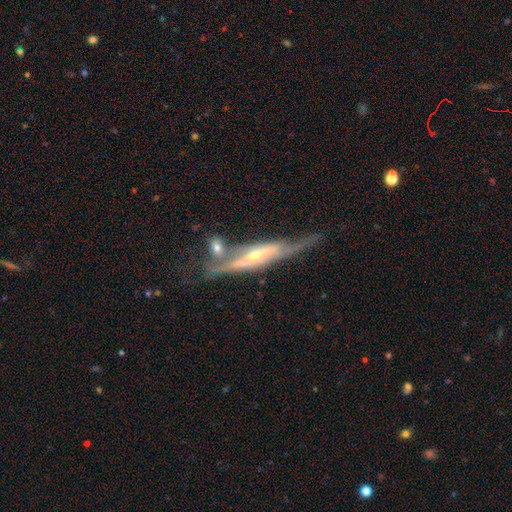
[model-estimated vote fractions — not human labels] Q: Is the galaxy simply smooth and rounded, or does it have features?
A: featured or disk — 82%.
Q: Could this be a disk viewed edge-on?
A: yes — 74%.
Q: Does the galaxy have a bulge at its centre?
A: rounded — 73%.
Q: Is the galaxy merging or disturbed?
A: none — 48%.